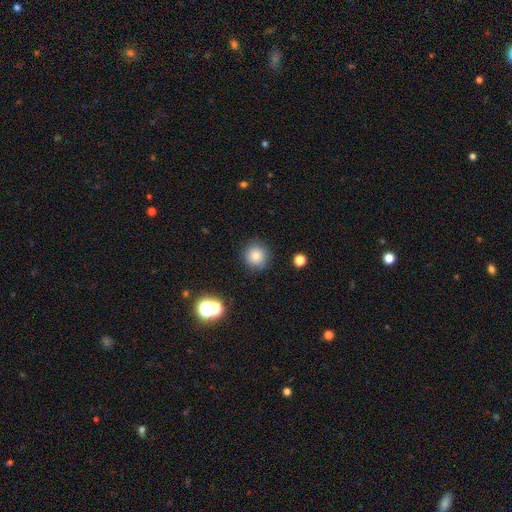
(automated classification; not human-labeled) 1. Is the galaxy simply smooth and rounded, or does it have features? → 79% smooth, 13% star or artifact, 7% featured or disk.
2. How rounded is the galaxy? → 94% round, 5% in between, 1% cigar-shaped.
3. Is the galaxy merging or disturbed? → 89% none, 7% minor disturbance, 2% major disturbance, 2% merger.